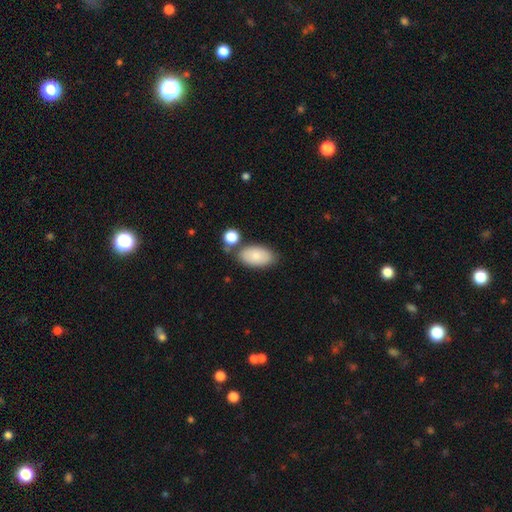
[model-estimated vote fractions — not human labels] smooth 81%, featured or disk 12%, star or artifact 6%. Down the decision tree: how rounded — in between (94%); merging — none (69%).